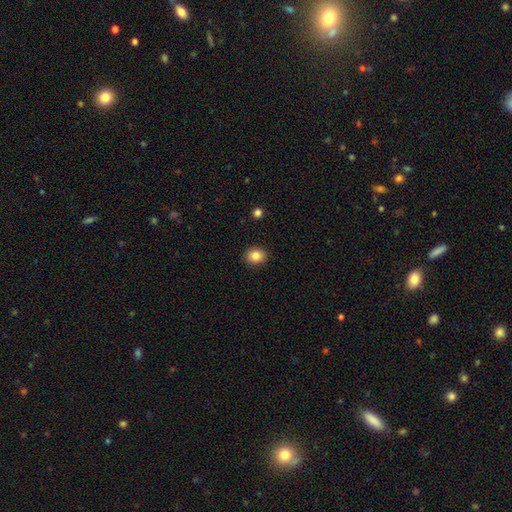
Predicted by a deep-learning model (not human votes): Smooth or featured?
  - smooth: 84% *
  - star or artifact: 10%
  - featured or disk: 6%
How rounded?
  - round: 60% *
  - in between: 40%
  - cigar-shaped: 1%
Merging?
  - none: 90% *
  - minor disturbance: 7%
  - major disturbance: 2%
  - merger: 1%